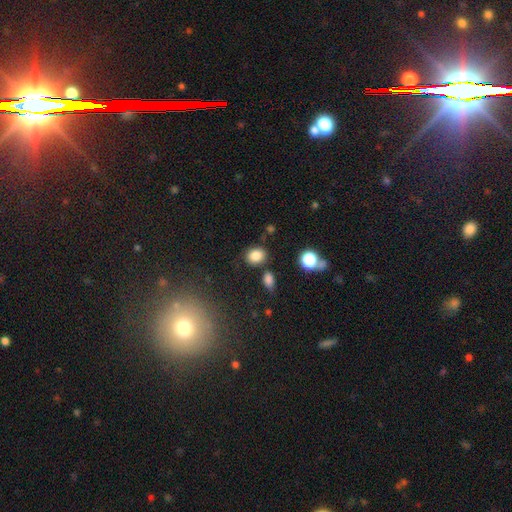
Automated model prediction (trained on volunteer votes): Smooth or featured? smooth (83%)
How rounded? round (51%)
Merging? none (77%)